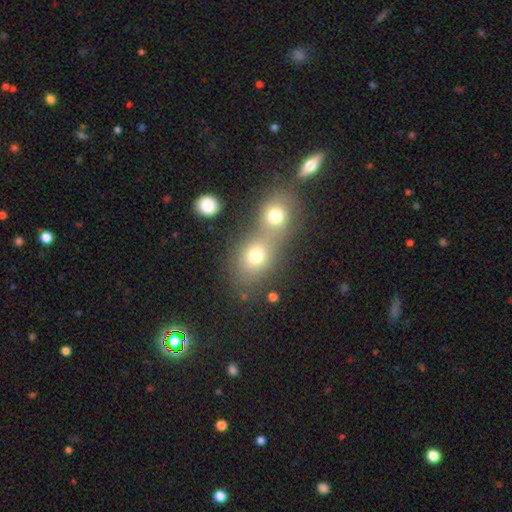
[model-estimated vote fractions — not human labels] smooth-or-featured: smooth: 72% | star or artifact: 14% | featured or disk: 13%
  how-rounded: round: 57% | in between: 41% | cigar-shaped: 2%
  merging: merger: 59% | none: 30% | minor disturbance: 6% | major disturbance: 4%